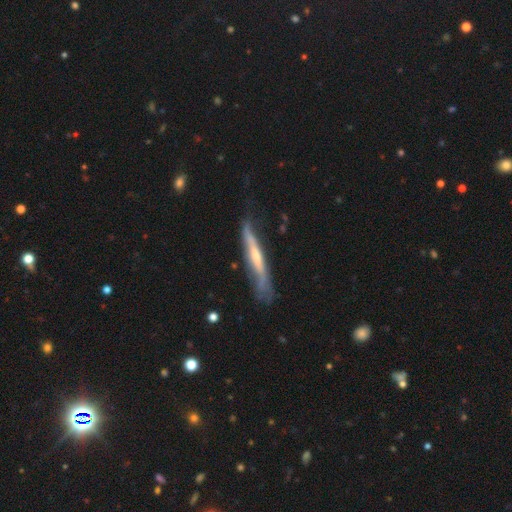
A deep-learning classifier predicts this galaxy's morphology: A featured or disk galaxy (66%) viewed edge-on (81%) with a rounded central bulge (53%). Merging: none (57%).